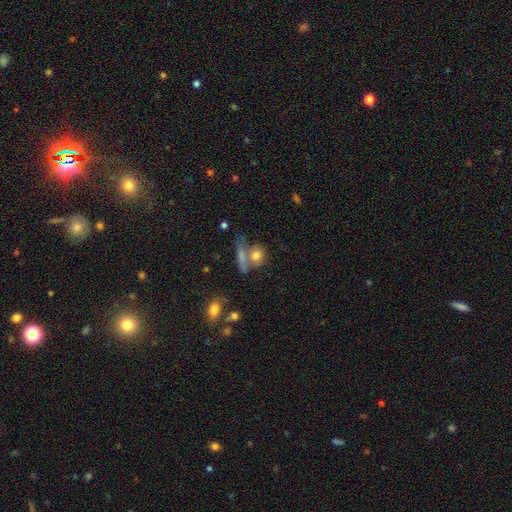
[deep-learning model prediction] This is likely a smooth galaxy (75%). How rounded: likely round (66%). Merging: possibly none (49%).